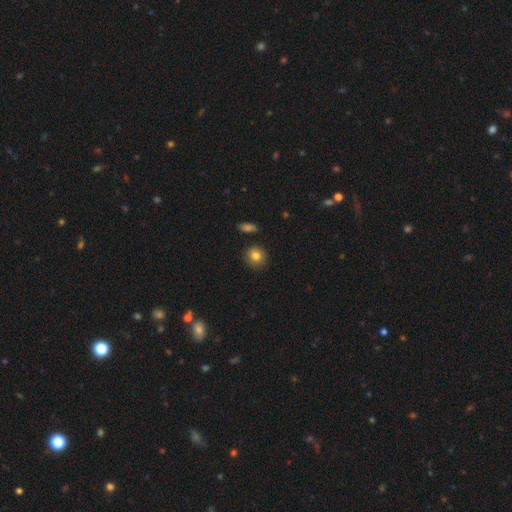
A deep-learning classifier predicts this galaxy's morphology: smooth-or-featured: smooth: 82% | star or artifact: 10% | featured or disk: 8%
  how-rounded: round: 85% | in between: 14% | cigar-shaped: 1%
  merging: none: 86% | minor disturbance: 9% | merger: 3% | major disturbance: 2%